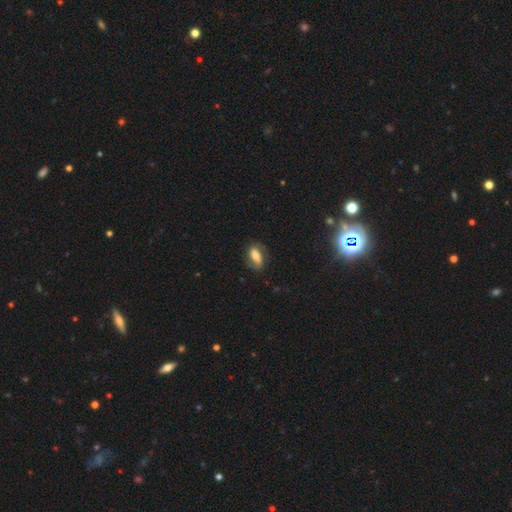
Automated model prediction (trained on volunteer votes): A smooth galaxy with no disk features (50%). Merging: none (71%).